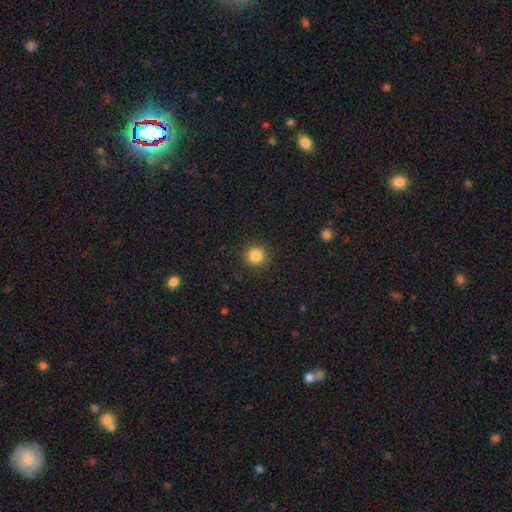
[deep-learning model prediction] Smooth or featured?
  - smooth: 85% *
  - star or artifact: 11%
  - featured or disk: 4%
How rounded?
  - round: 93% *
  - in between: 6%
  - cigar-shaped: 1%
Merging?
  - none: 90% *
  - minor disturbance: 6%
  - major disturbance: 2%
  - merger: 1%